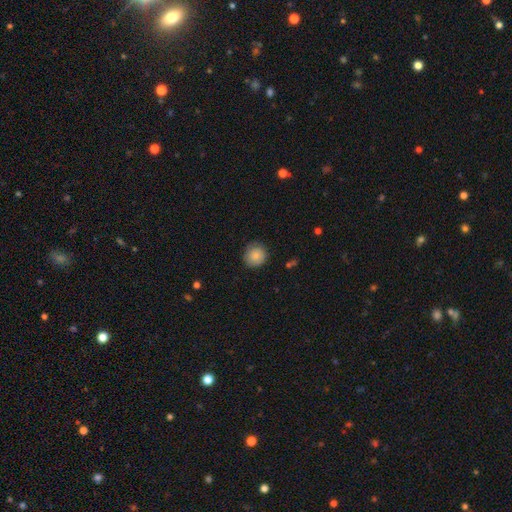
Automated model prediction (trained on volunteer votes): This appears to be a smooth galaxy with no disk features (86%) that is round (92%). Merging: none (85%).